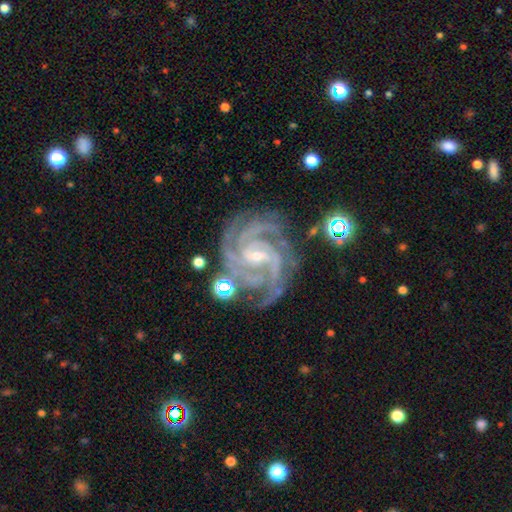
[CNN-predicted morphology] Smooth or featured?
  - featured or disk: 93% *
  - star or artifact: 5%
  - smooth: 2%
Edge-on disk?
  - no: 98% *
  - yes: 2%
Bar?
  - weak: 42% *
  - no: 35%
  - strong: 24%
Spiral arms?
  - yes: 99% *
  - no: 1%
Spiral winding?
  - tight: 67% *
  - medium: 30%
  - loose: 3%
Spiral arm count?
  - 4: 40% *
  - 3: 28%
  - more than 4: 10%
  - 2: 9%
  - can't tell: 9%
  - 1: 6%
Bulge size?
  - small: 79% *
  - moderate: 18%
  - none: 2%
  - large: 1%
  - dominant: 1%
Merging?
  - none: 73% *
  - minor disturbance: 17%
  - major disturbance: 7%
  - merger: 3%